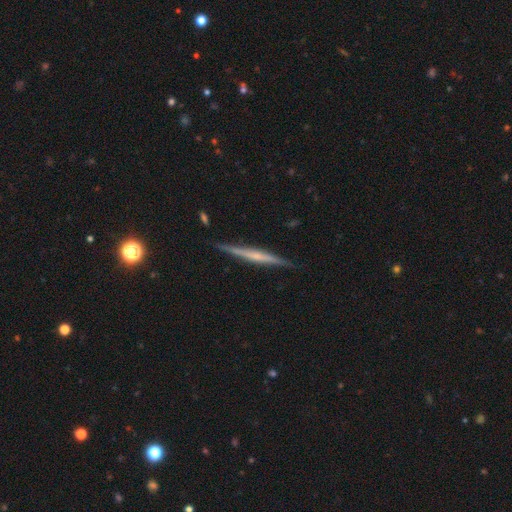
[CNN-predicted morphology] Overall: featured or disk (66%; smooth 28%). Edge-on disk: yes (98%). Edge-on bulge: none (55%; rounded 34%). Merging: none (89%).